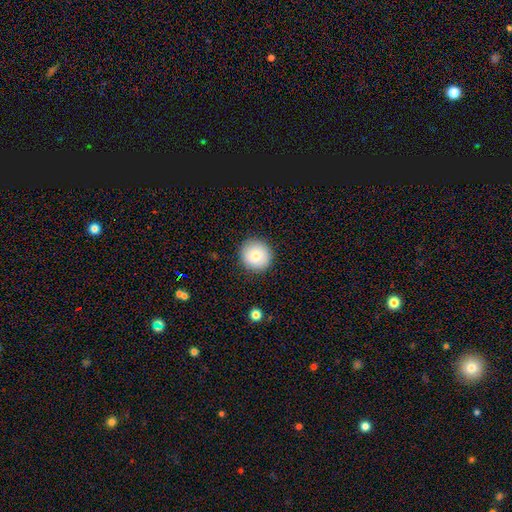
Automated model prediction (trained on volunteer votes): smooth-or-featured: smooth: 83% | star or artifact: 9% | featured or disk: 8%
  how-rounded: round: 94% | in between: 5% | cigar-shaped: 1%
  merging: none: 90% | minor disturbance: 7% | major disturbance: 2% | merger: 1%